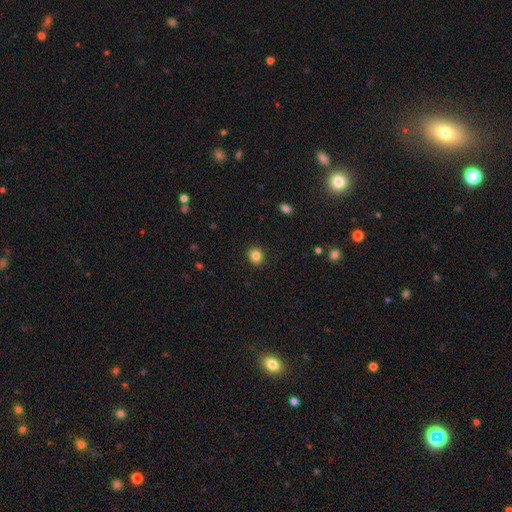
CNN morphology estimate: Smooth or featured? Predicted: smooth (p=0.84). How rounded? Predicted: round (p=0.86). Merging? Predicted: none (p=0.91).